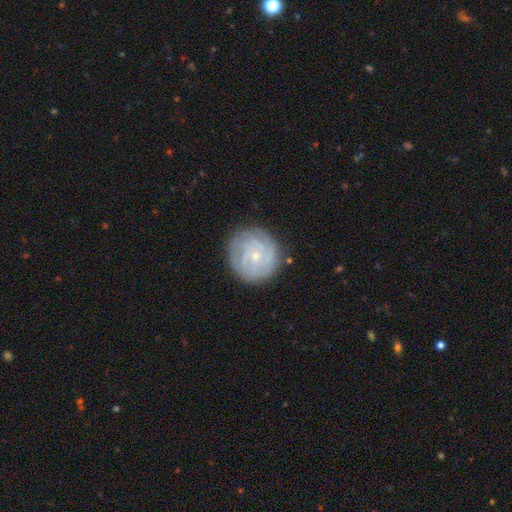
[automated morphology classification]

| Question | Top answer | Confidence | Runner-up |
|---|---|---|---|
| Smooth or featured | featured or disk | 79% | smooth (15%) |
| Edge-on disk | no | 98% | yes (2%) |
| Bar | no | 71% | weak (24%) |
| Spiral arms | yes | 94% | no (6%) |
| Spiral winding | tight | 77% | medium (18%) |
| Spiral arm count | can't tell | 32% | 3 (21%) |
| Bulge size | small | 76% | moderate (20%) |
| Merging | none | 83% | minor disturbance (12%) |